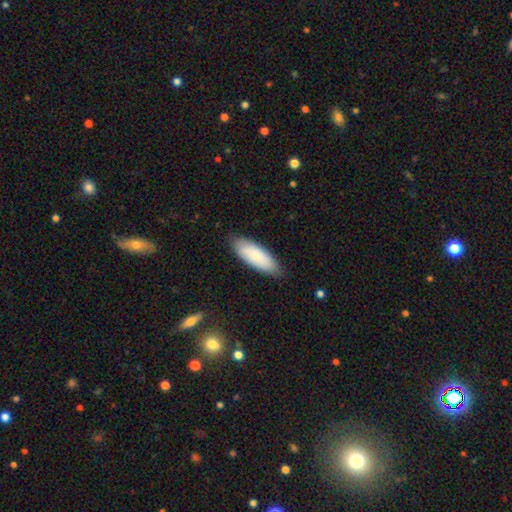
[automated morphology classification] smooth_or_featured: smooth (p=0.82) [alt: featured or disk p=0.13]
how_rounded: in between (p=0.72) [alt: cigar-shaped p=0.27]
merging: none (p=0.83) [alt: minor disturbance p=0.14]